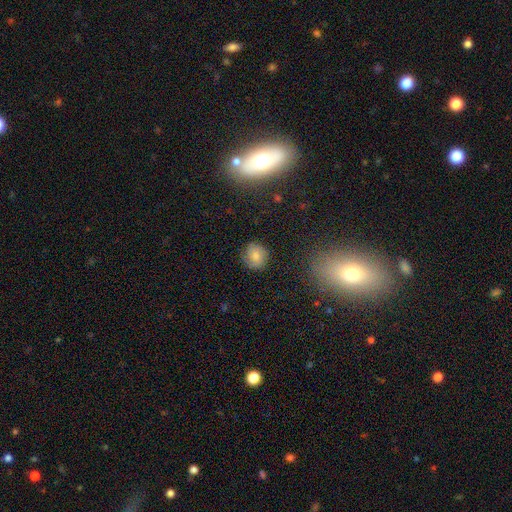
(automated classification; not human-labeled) smooth-or-featured: smooth: 70% | featured or disk: 20% | star or artifact: 10%
  how-rounded: round: 86% | in between: 13% | cigar-shaped: 1%
  merging: none: 80% | minor disturbance: 14% | major disturbance: 4% | merger: 1%